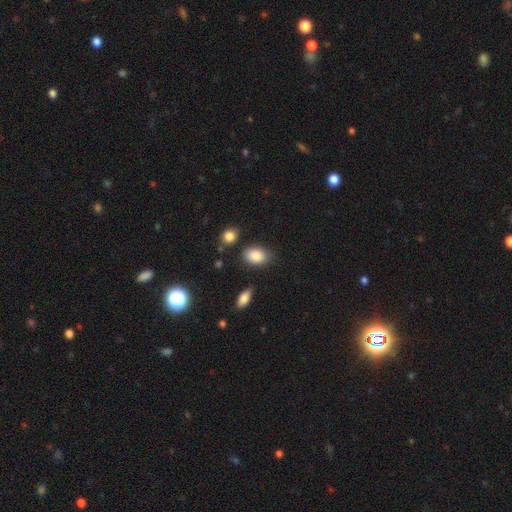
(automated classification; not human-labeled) Smooth or featured? Predicted: smooth (p=0.86). How rounded? Predicted: in between (p=0.79). Merging? Predicted: none (p=0.76).